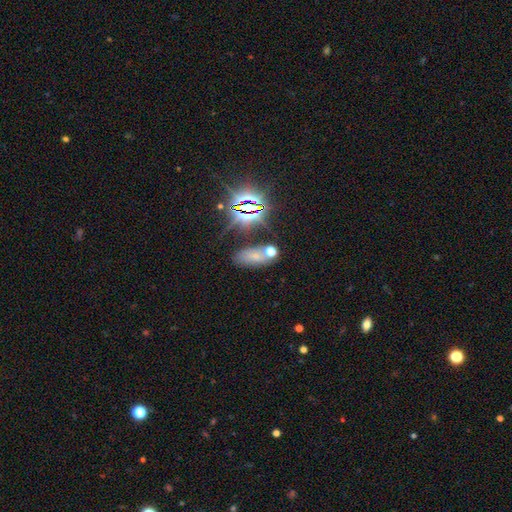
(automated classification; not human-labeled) Smooth or featured? smooth (43%)
Merging? none (59%)